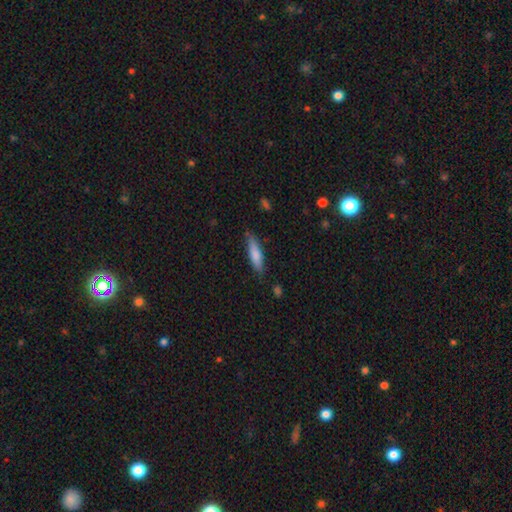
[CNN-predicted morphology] smooth 76%, featured or disk 18%, star or artifact 6%. Down the decision tree: how rounded — cigar-shaped (68%); merging — none (78%).